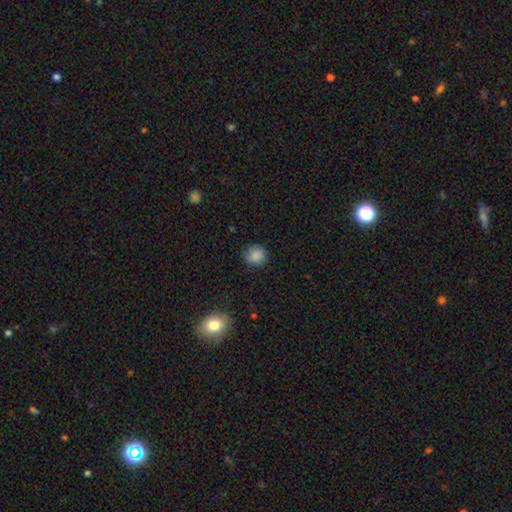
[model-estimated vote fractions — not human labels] The model was most divided on "merging": none: 82%, minor disturbance: 14%, major disturbance: 3%, merger: 1%. More confident: how rounded — round (88%); smooth or featured — smooth (85%).